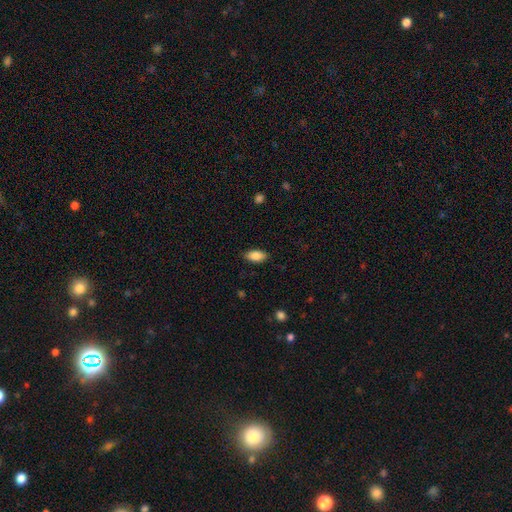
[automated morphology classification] A smooth galaxy with no disk features (88%) that is in between round and cigar-shaped (92%).

Vote fractions:
- Smooth or featured? smooth: 88% / star or artifact: 7% / featured or disk: 5%
- How rounded? in between: 92% / cigar-shaped: 5% / round: 3%
- Merging? none: 87% / minor disturbance: 9% / major disturbance: 2% / merger: 1%